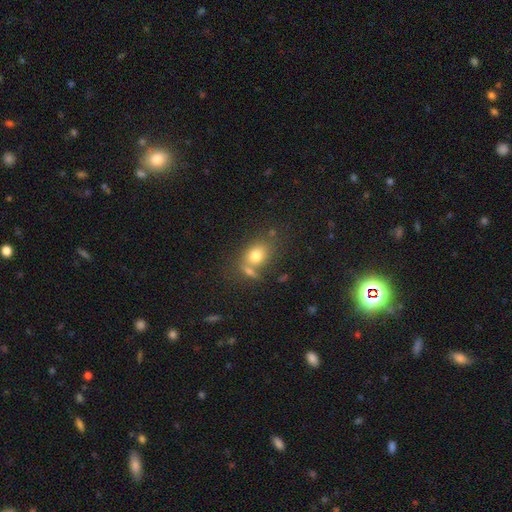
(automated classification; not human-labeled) Smooth or featured? Predicted: smooth (p=0.76). How rounded? Predicted: in between (p=0.57). Merging? Predicted: none (p=0.50).